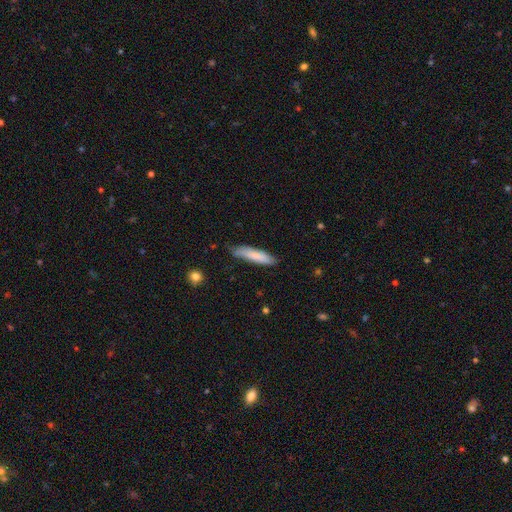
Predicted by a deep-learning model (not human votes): smooth_or_featured: smooth (p=0.78) [alt: featured or disk p=0.17]
how_rounded: cigar-shaped (p=0.78) [alt: in between p=0.21]
merging: none (p=0.73) [alt: minor disturbance p=0.22]